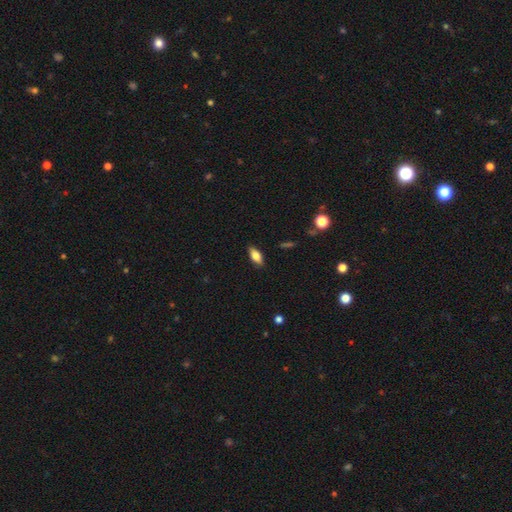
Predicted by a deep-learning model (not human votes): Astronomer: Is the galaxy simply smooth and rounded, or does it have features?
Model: smooth — 74%.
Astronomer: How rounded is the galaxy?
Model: in between — 83%.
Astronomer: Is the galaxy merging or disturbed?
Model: none — 85%.